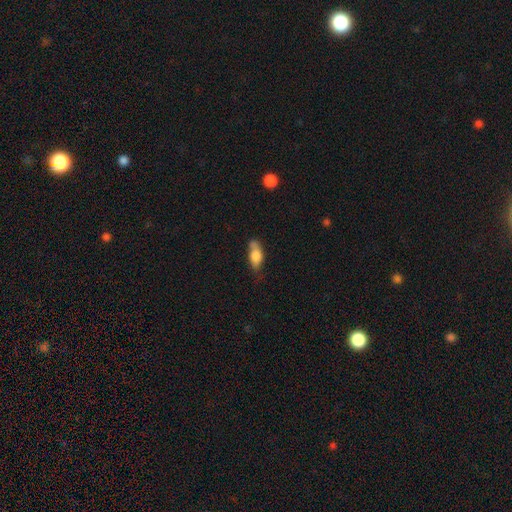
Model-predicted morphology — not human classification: smooth 75%, featured or disk 18%, star or artifact 7%. Down the decision tree: how rounded — in between (79%); merging — none (49%).